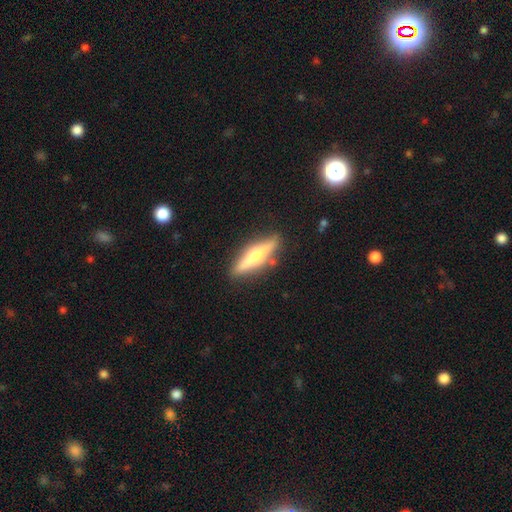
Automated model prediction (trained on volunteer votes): smooth-or-featured: featured or disk: 66% | smooth: 28% | star or artifact: 5%
  disk-edge-on: yes: 95% | no: 5%
    edge-on-bulge: rounded: 93% | boxy: 4% | none: 3%
  merging: none: 87% | minor disturbance: 9% | major disturbance: 2% | merger: 2%